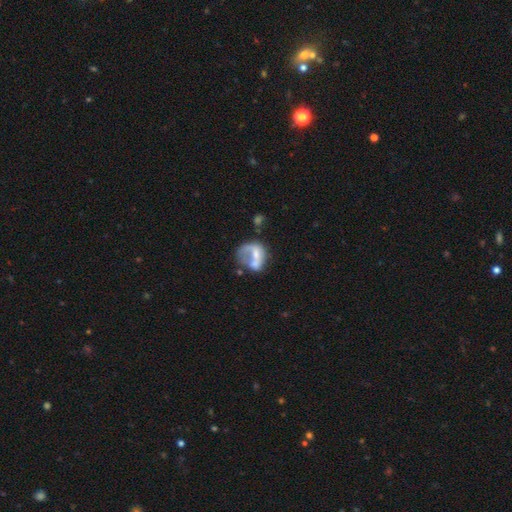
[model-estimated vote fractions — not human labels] smooth_or_featured: featured or disk (p=0.46) [alt: smooth p=0.44]
merging: major disturbance (p=0.35) [alt: none p=0.25]